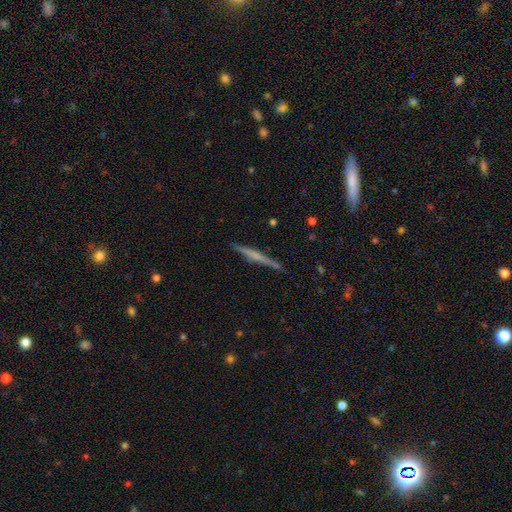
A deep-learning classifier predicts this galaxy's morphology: This appears to be a featured or disk galaxy (63%) viewed edge-on (98%) with no central bulge (49%). Merging: none (90%).